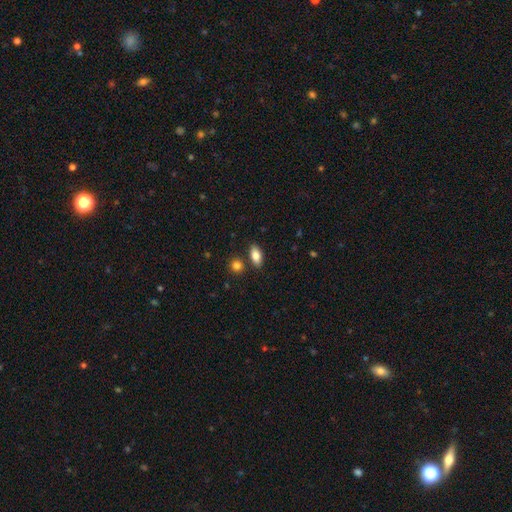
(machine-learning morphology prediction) Smooth or featured? Predicted: smooth (p=0.84). How rounded? Predicted: in between (p=0.88). Merging? Predicted: none (p=0.82).